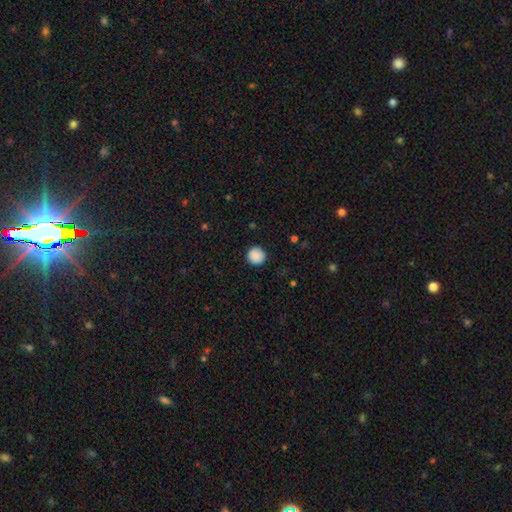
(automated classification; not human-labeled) Q: Smooth or featured?
A: smooth (89%); runner-up: star or artifact (8%)
Q: How rounded?
A: round (93%); runner-up: in between (6%)
Q: Merging?
A: none (90%); runner-up: minor disturbance (7%)